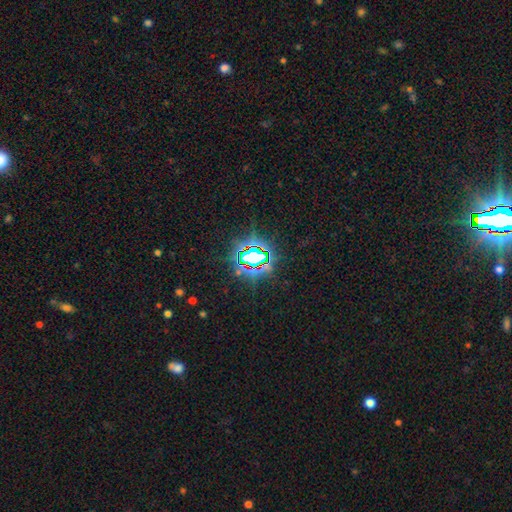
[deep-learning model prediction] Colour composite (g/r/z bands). It shows a star or artifact, not a galaxy (76%).